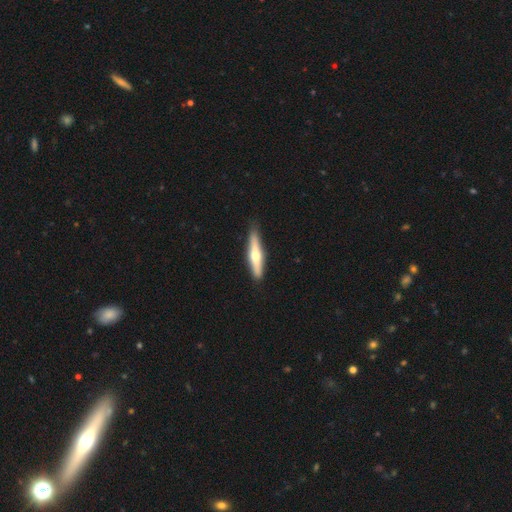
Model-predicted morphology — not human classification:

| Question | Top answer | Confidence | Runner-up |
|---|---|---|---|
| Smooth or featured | featured or disk | 54% | smooth (41%) |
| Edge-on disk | yes | 94% | no (6%) |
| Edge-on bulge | rounded | 91% | none (6%) |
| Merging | none | 88% | minor disturbance (9%) |